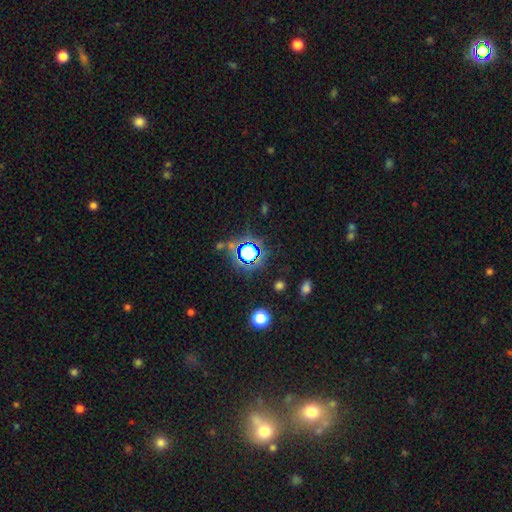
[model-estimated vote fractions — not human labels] Smooth or featured?
  - star or artifact: 74% *
  - smooth: 18%
  - featured or disk: 8%